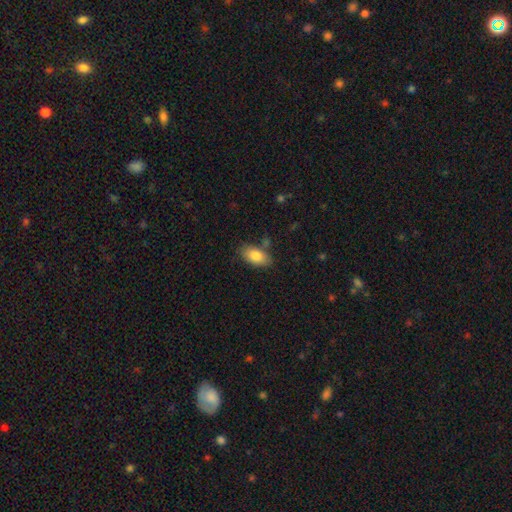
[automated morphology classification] Q: Smooth or featured?
A: smooth (84%); runner-up: featured or disk (9%)
Q: How rounded?
A: in between (93%); runner-up: round (4%)
Q: Merging?
A: none (77%); runner-up: minor disturbance (15%)